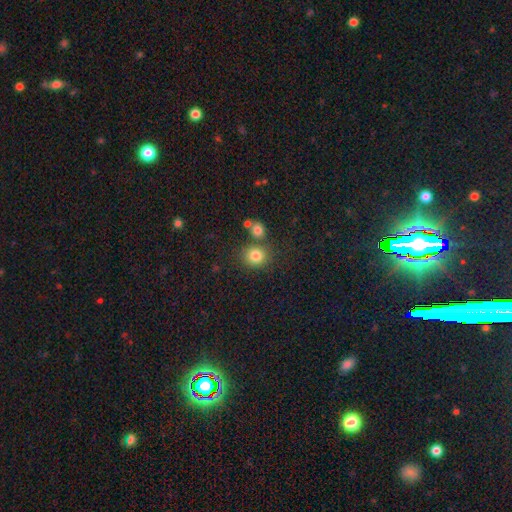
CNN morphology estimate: smooth_or_featured: smooth (p=0.81) [alt: star or artifact p=0.13]
how_rounded: round (p=0.81) [alt: in between p=0.18]
merging: none (p=0.72) [alt: merger p=0.15]